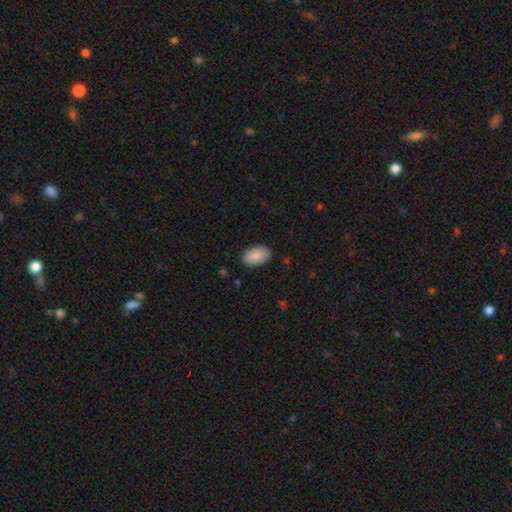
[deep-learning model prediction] This appears to be a smooth galaxy with no disk features (89%) that is in between round and cigar-shaped (94%). Merging: none (87%).